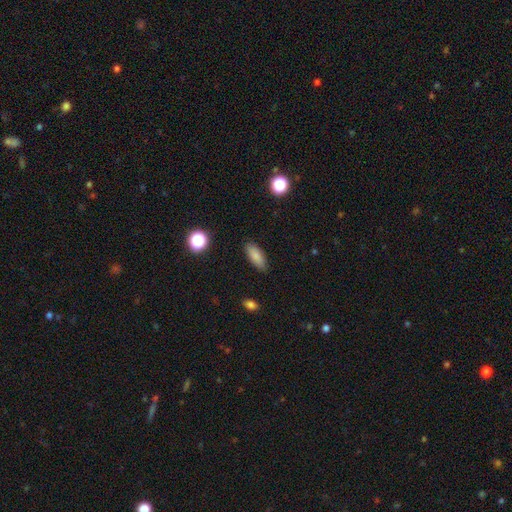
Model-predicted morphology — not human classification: Smooth or featured? smooth (84%)
How rounded? in between (74%)
Merging? none (87%)